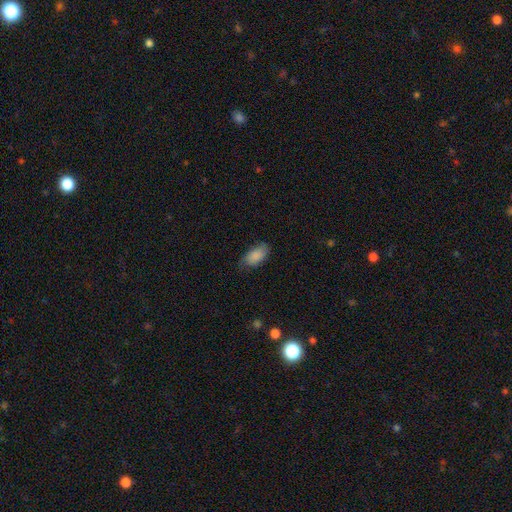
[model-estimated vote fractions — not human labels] Overall: smooth (86%). How rounded: in between (93%). Merging: none (70%).